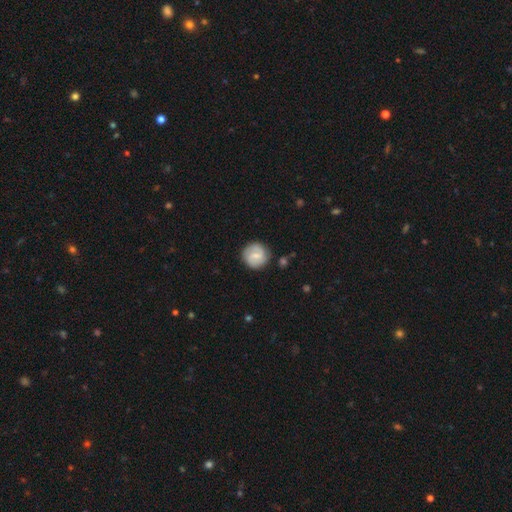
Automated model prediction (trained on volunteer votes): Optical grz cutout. It shows a featured or disk galaxy (51%). Merging: none (84%).